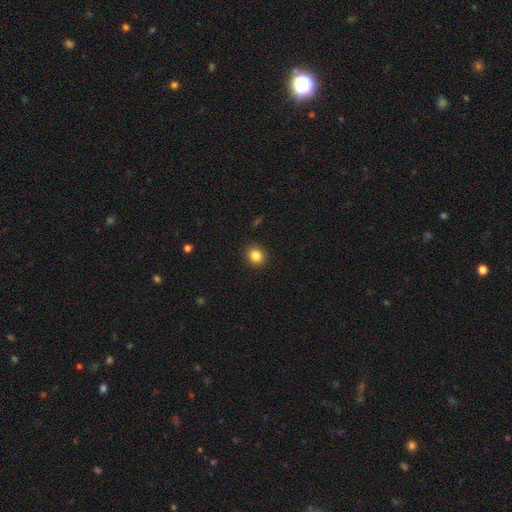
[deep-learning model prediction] Smooth or featured?
  - smooth: 84% *
  - star or artifact: 11%
  - featured or disk: 5%
How rounded?
  - round: 82% *
  - in between: 17%
  - cigar-shaped: 1%
Merging?
  - none: 91% *
  - minor disturbance: 6%
  - major disturbance: 2%
  - merger: 1%